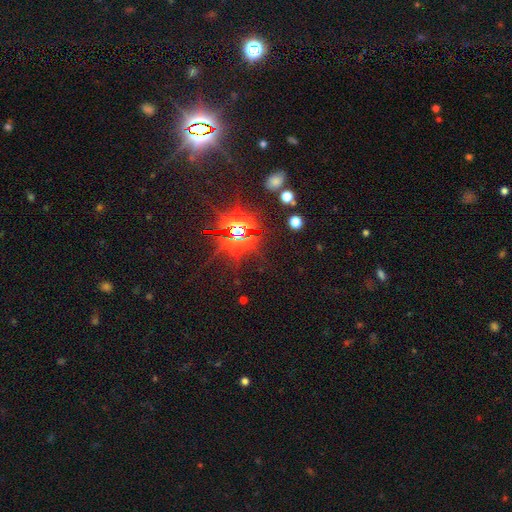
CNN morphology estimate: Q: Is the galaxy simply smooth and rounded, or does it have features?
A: star or artifact — 83%.